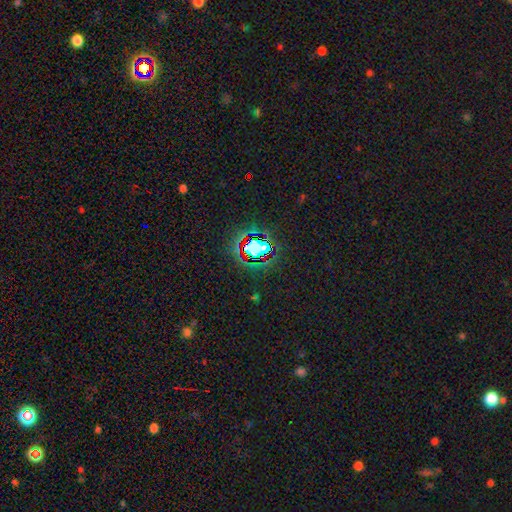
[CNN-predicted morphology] smooth_or_featured: star or artifact (p=0.75) [alt: smooth p=0.16]